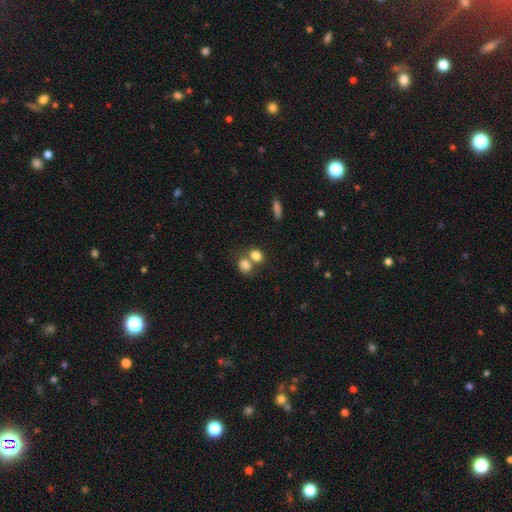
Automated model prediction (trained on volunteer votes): Smooth or featured? Predicted: smooth (p=0.79). How rounded? Predicted: round (p=0.51). Merging? Predicted: merger (p=0.49).